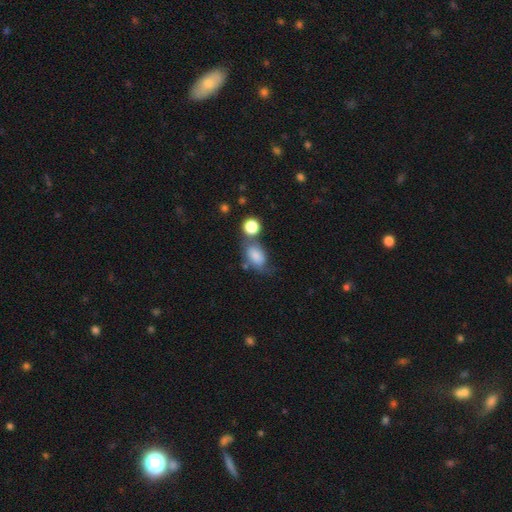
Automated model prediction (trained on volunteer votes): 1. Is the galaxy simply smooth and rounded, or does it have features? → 78% smooth, 13% featured or disk, 9% star or artifact.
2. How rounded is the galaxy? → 84% in between, 14% round, 2% cigar-shaped.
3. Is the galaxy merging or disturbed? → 41% none, 25% minor disturbance, 22% merger, 12% major disturbance.